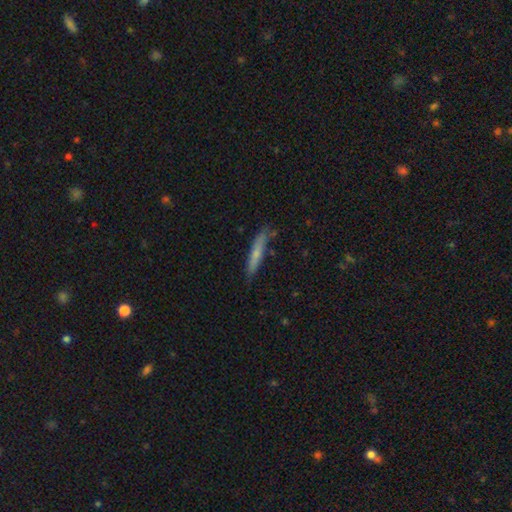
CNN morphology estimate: Smooth or featured? Predicted: smooth (p=0.64). How rounded? Predicted: cigar-shaped (p=0.92). Merging? Predicted: none (p=0.78).